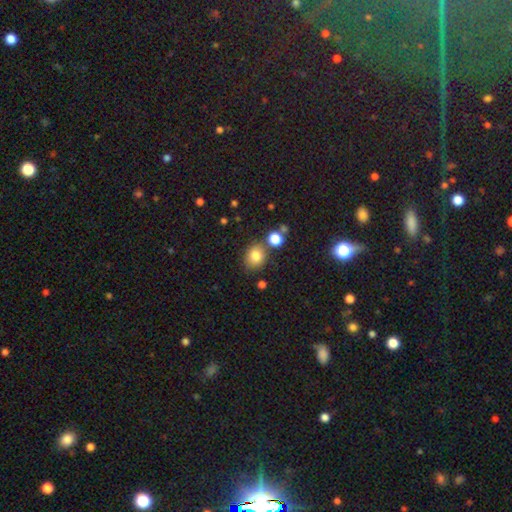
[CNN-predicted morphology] Smooth or featured? smooth (80%)
How rounded? round (62%)
Merging? none (74%)